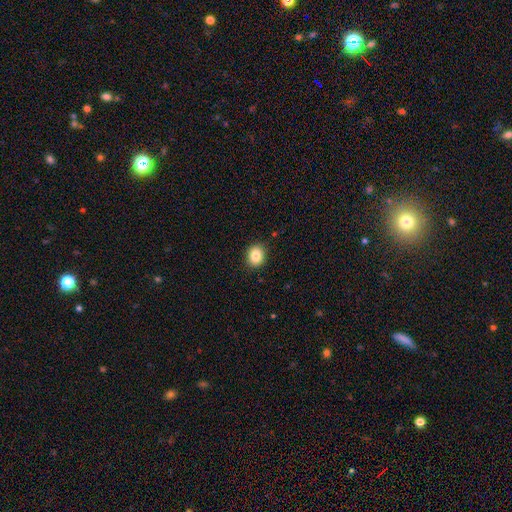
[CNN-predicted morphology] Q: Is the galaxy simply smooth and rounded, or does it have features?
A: smooth — 84%.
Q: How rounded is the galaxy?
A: round — 56%.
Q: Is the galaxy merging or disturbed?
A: none — 89%.